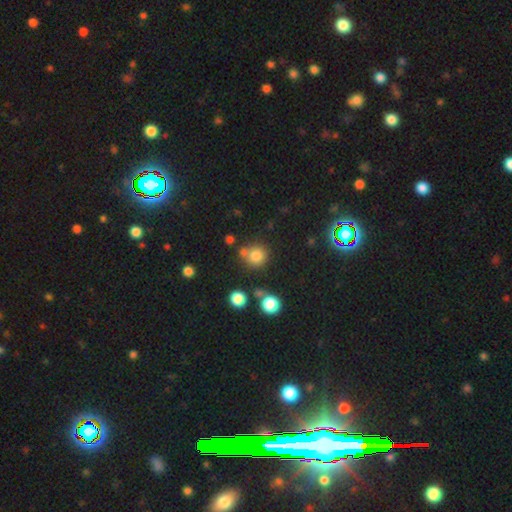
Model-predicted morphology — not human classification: Smooth or featured: smooth — 77% (star or artifact — 15%)
How rounded: round — 90% (in between — 9%)
Merging: none — 69% (merger — 16%)